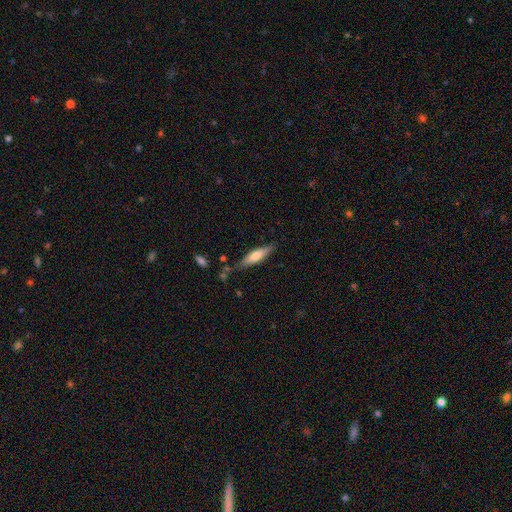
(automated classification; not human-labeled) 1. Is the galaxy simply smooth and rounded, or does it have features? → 56% smooth, 38% featured or disk, 6% star or artifact.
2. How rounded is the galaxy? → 73% cigar-shaped, 25% in between, 2% round.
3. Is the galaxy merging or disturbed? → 76% none, 16% minor disturbance, 4% merger, 4% major disturbance.